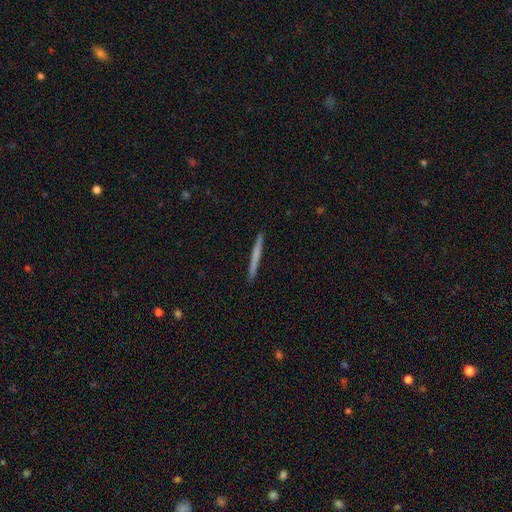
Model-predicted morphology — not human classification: smooth-or-featured: smooth: 57% | featured or disk: 38% | star or artifact: 5%
  how-rounded: cigar-shaped: 97% | in between: 2% | round: 1%
  merging: none: 93% | minor disturbance: 5% | major disturbance: 1% | merger: 1%